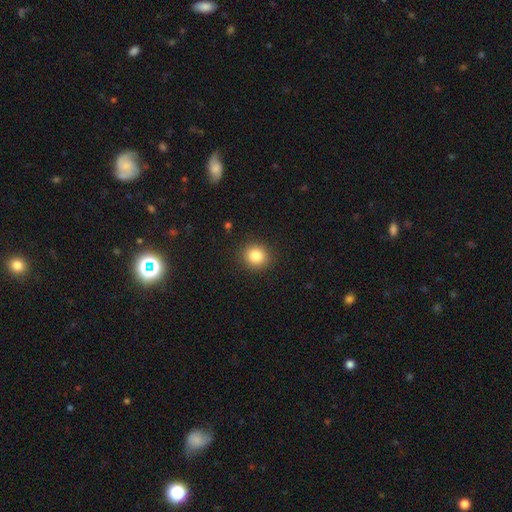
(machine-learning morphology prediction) Smooth or featured? Predicted: smooth (p=0.84). How rounded? Predicted: round (p=0.88). Merging? Predicted: none (p=0.91).